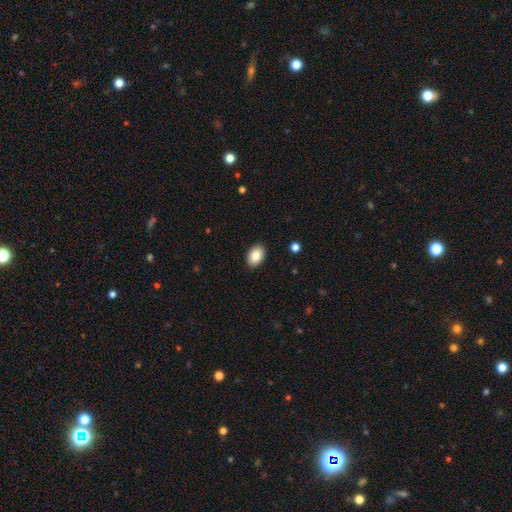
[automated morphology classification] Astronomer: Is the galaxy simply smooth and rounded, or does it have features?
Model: smooth — 86%.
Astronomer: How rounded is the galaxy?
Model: in between — 83%.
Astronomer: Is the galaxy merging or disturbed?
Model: none — 90%.